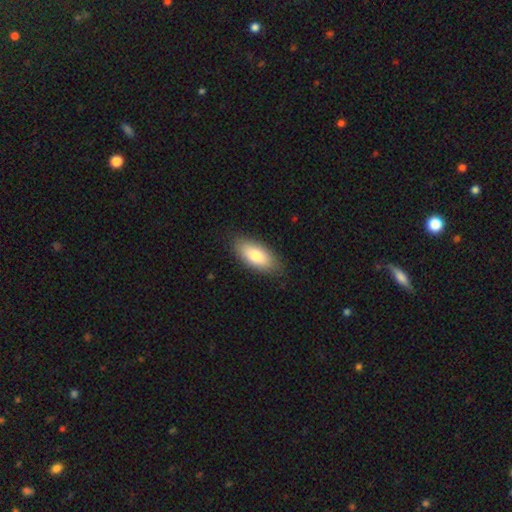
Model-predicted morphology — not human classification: smooth_or_featured: smooth (p=0.77) [alt: featured or disk p=0.16]
how_rounded: in between (p=0.87) [alt: cigar-shaped p=0.10]
merging: none (p=0.86) [alt: minor disturbance p=0.11]